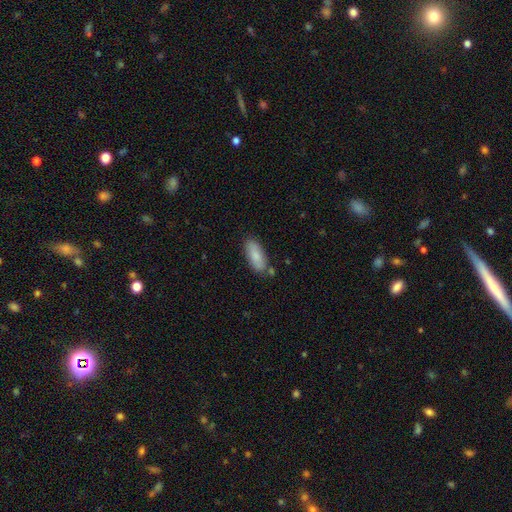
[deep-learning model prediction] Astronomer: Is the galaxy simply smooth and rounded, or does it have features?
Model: smooth — 84%.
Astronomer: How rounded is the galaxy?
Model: in between — 81%.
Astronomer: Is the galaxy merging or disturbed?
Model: none — 78%.